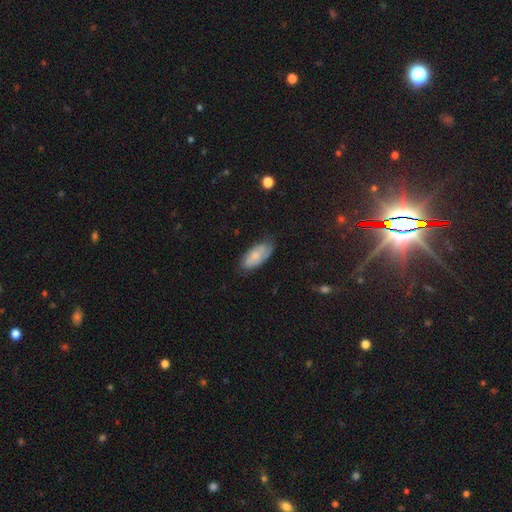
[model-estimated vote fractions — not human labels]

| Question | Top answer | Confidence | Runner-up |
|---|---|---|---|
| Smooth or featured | smooth | 58% | featured or disk (35%) |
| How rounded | in between | 88% | cigar-shaped (9%) |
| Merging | none | 67% | minor disturbance (25%) |